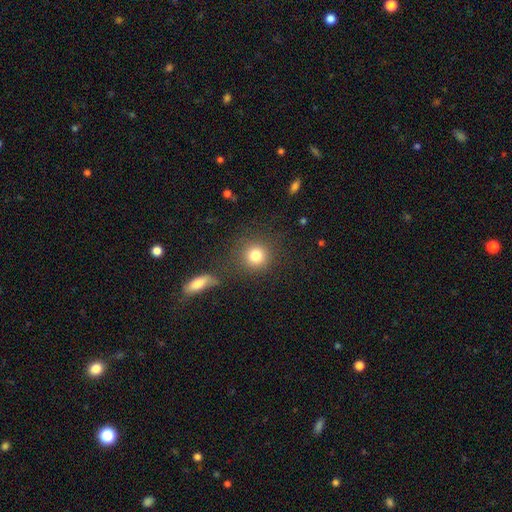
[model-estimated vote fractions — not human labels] Smooth or featured: smooth — 82% (star or artifact — 11%)
How rounded: round — 90% (in between — 9%)
Merging: none — 78% (minor disturbance — 9%)